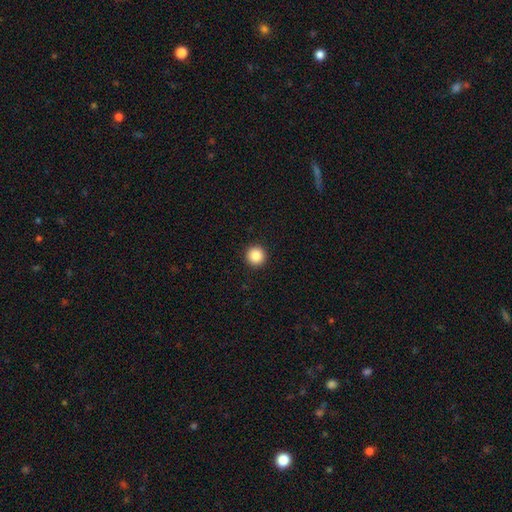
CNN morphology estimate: This appears to be a smooth galaxy with no disk features (87%) that is round (96%). Merging: none (94%).